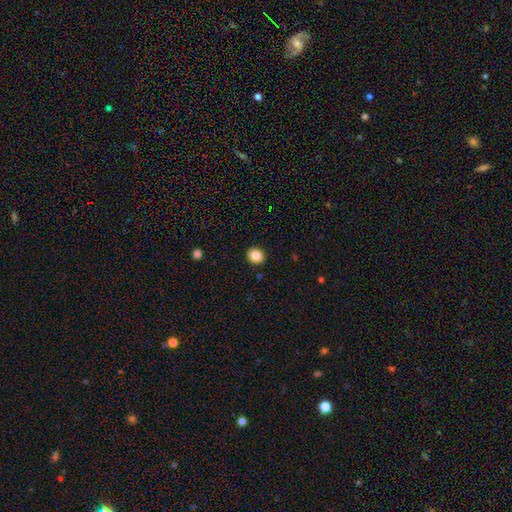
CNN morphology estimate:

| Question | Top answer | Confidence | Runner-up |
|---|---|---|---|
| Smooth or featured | smooth | 86% | star or artifact (10%) |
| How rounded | round | 74% | in between (25%) |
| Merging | none | 92% | minor disturbance (6%) |